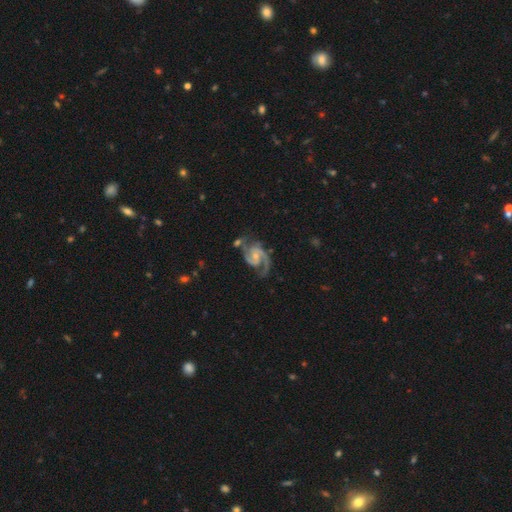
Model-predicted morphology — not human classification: A featured or disk galaxy (92%) with no bar (58%), 2 (87%) medium (62%) spiral arms (98%) and a small central bulge (62%).

Vote fractions:
- Smooth or featured? featured or disk: 92% / star or artifact: 4% / smooth: 3%
- Edge-on disk? no: 98% / yes: 2%
- Bar? no: 58% / weak: 33% / strong: 9%
- Spiral arms? yes: 98% / no: 2%
- Spiral winding? medium: 62% / tight: 23% / loose: 15%
- Spiral arm count? 2: 87% / 3: 6% / can't tell: 2% / 1: 2% / 4: 1% / more than 4: 1%
- Bulge size? small: 62% / moderate: 32% / none: 3% / large: 1% / dominant: 1%
- Merging? none: 65% / minor disturbance: 19% / major disturbance: 9% / merger: 7%